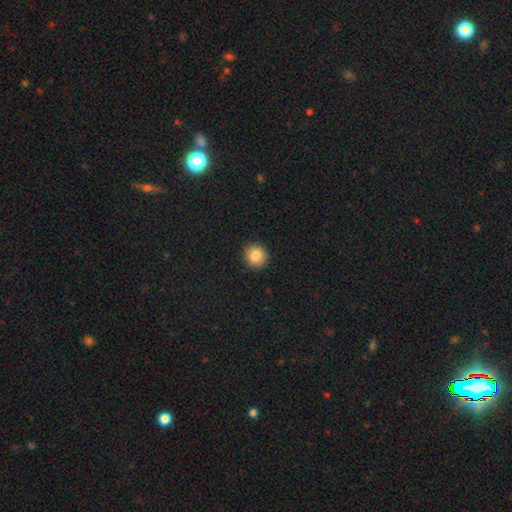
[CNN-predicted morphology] A smooth galaxy with no disk features (85%) that is round (93%).

Vote fractions:
- Smooth or featured? smooth: 85% / star or artifact: 9% / featured or disk: 6%
- How rounded? round: 93% / in between: 6% / cigar-shaped: 1%
- Merging? none: 92% / minor disturbance: 6% / major disturbance: 2% / merger: 1%